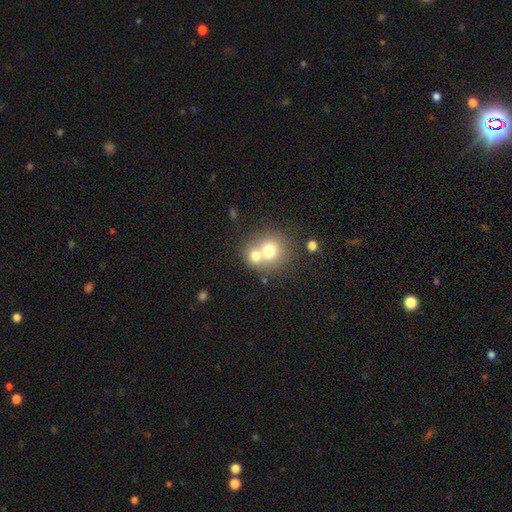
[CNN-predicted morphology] A smooth galaxy with no disk features (70%) that is round (78%).

Vote fractions:
- Smooth or featured? smooth: 70% / featured or disk: 20% / star or artifact: 10%
- How rounded? round: 78% / in between: 21% / cigar-shaped: 1%
- Merging? merger: 60% / none: 31% / minor disturbance: 6% / major disturbance: 3%